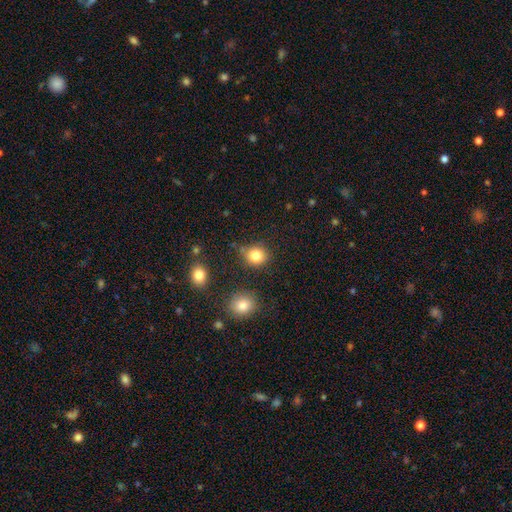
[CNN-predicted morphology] This appears to be a smooth galaxy with no disk features (83%) that is round (80%). Merging: none (76%).